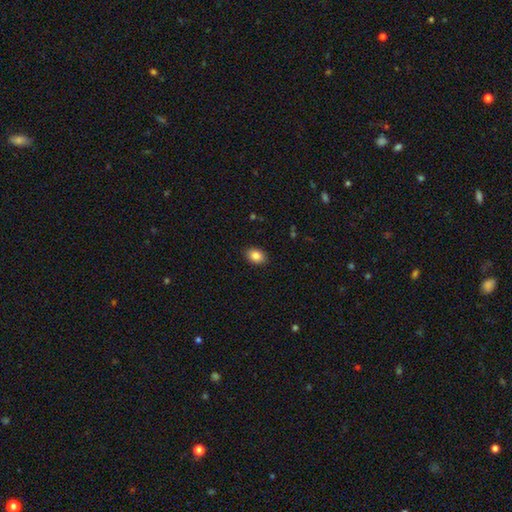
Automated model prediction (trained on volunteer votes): Smooth or featured? Predicted: smooth (p=0.86). How rounded? Predicted: in between (p=0.76). Merging? Predicted: none (p=0.89).